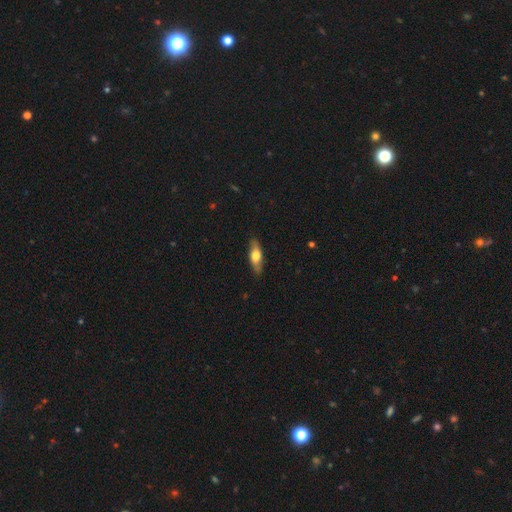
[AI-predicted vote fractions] Smooth or featured? smooth (58%)
How rounded? in between (54%)
Merging? none (86%)